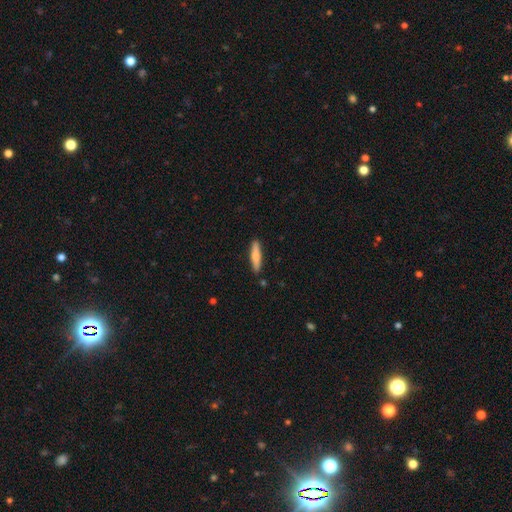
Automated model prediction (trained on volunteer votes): This appears to be a smooth galaxy with no disk features (63%) that is cigar-shaped (83%). Merging: none (89%).